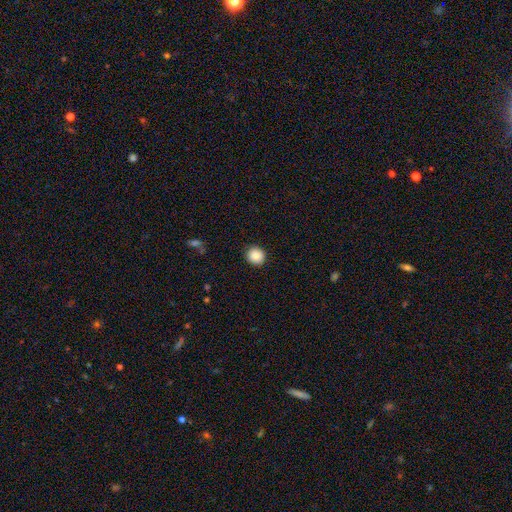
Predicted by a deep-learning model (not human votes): smooth 88%, star or artifact 8%, featured or disk 3%. Down the decision tree: how rounded — round (88%); merging — none (90%).